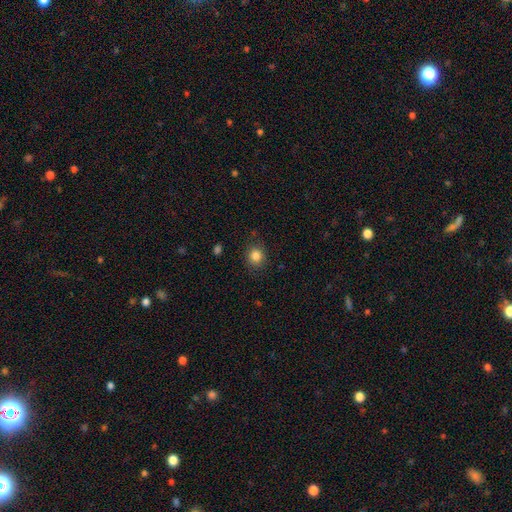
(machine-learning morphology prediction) This is clearly a smooth galaxy (84%). How rounded: likely round (80%). Merging: clearly none (86%).